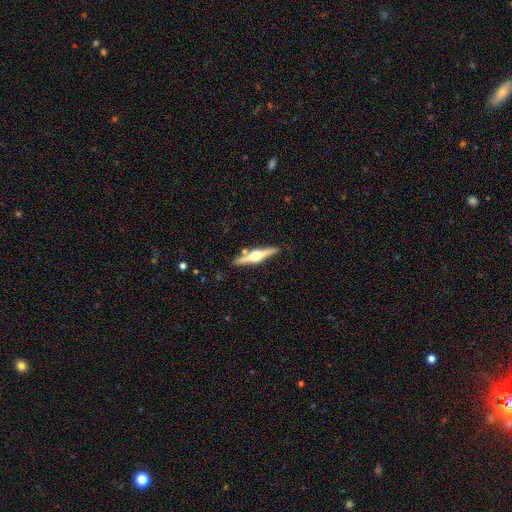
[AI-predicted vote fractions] Morphology: type=featured or disk (76%); edge-on=yes (98%); edge-on bulge=rounded (95%); merging=none (87%).